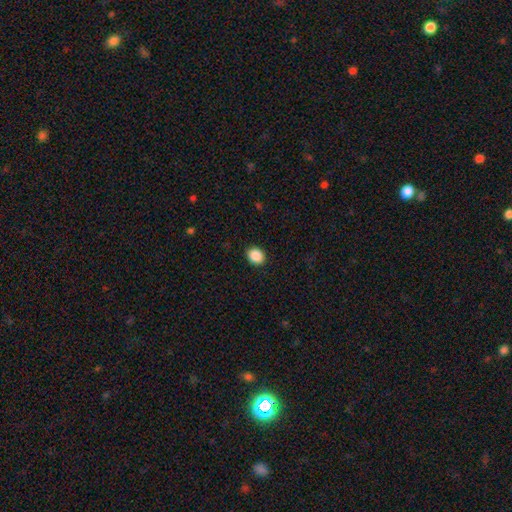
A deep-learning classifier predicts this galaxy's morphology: Smooth or featured: smooth — 88% (star or artifact — 9%)
How rounded: round — 57% (in between — 42%)
Merging: none — 91% (minor disturbance — 6%)